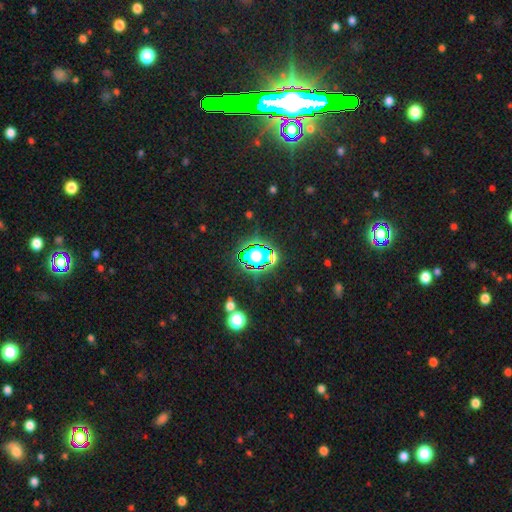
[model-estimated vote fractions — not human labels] smooth_or_featured: star or artifact (p=0.57) [alt: smooth p=0.29]